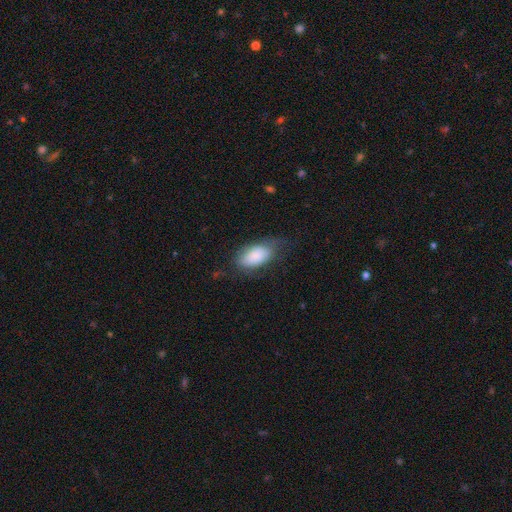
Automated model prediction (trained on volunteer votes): This is likely a smooth galaxy (80%). How rounded: clearly in between (94%). Merging: possibly none (55%).